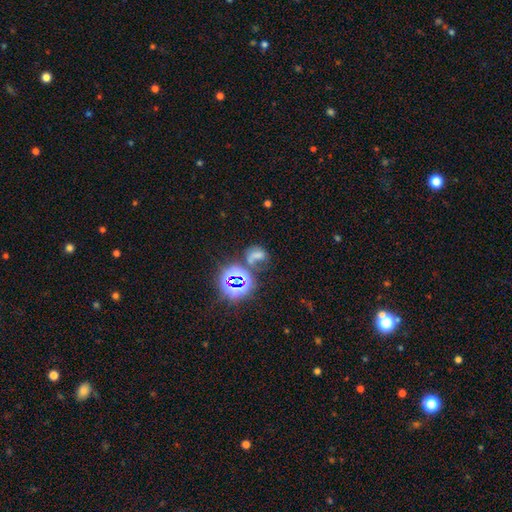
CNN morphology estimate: A smooth galaxy with no disk features (42%).

Vote fractions:
- Smooth or featured? smooth: 42% / star or artifact: 41% / featured or disk: 18%
- Merging? none: 36% / merger: 29% / major disturbance: 19% / minor disturbance: 17%